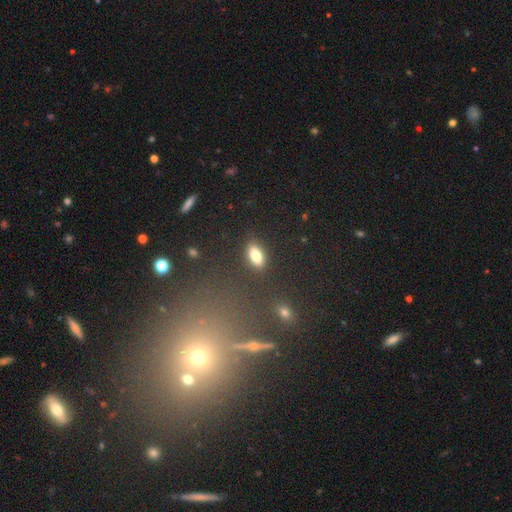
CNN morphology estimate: Smooth or featured?
  - smooth: 81% *
  - featured or disk: 10%
  - star or artifact: 9%
How rounded?
  - in between: 88% *
  - cigar-shaped: 6%
  - round: 6%
Merging?
  - none: 86% *
  - minor disturbance: 9%
  - major disturbance: 3%
  - merger: 2%